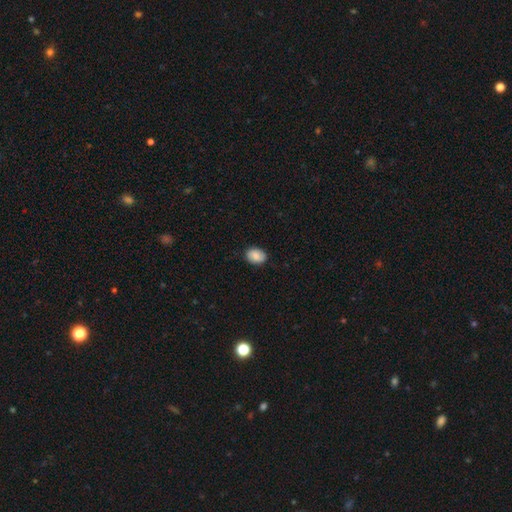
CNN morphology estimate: Overall: smooth (84%). How rounded: in between (70%). Merging: none (86%).